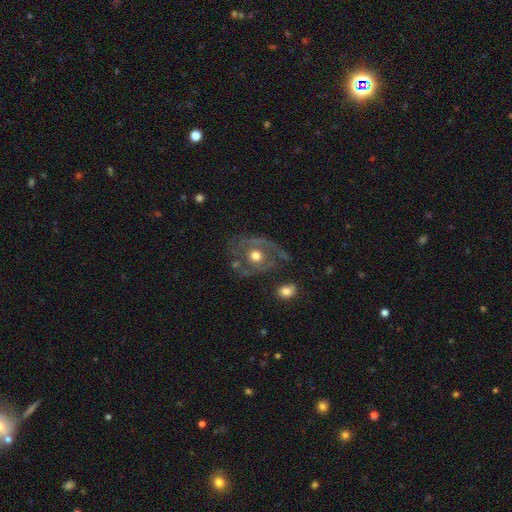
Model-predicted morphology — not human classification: featured or disk 64%, smooth 29%, star or artifact 8%. Down the decision tree: edge-on disk — no (95%); bar — no (87%); spiral arms — no (57%); bulge size — moderate (74%); merging — none (56%).